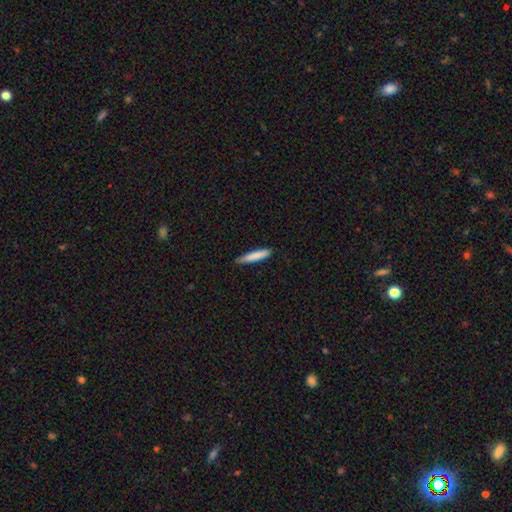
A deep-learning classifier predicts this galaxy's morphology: type=smooth (81%); roundness=cigar-shaped (91%); merging=none (82%).